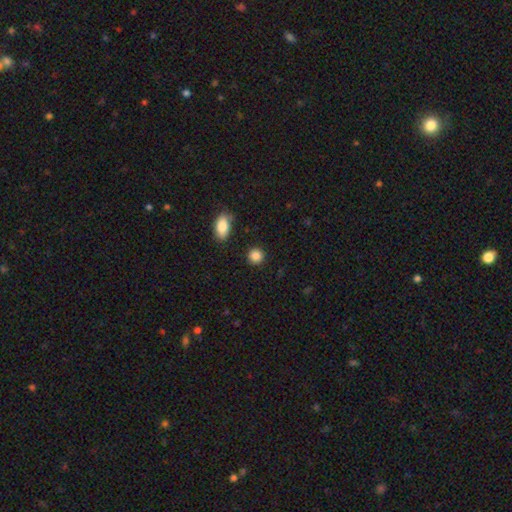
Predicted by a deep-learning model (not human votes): The model was most divided on "how rounded": round: 88%, in between: 10%, cigar-shaped: 1%. More confident: merging — none (89%); smooth or featured — smooth (88%).